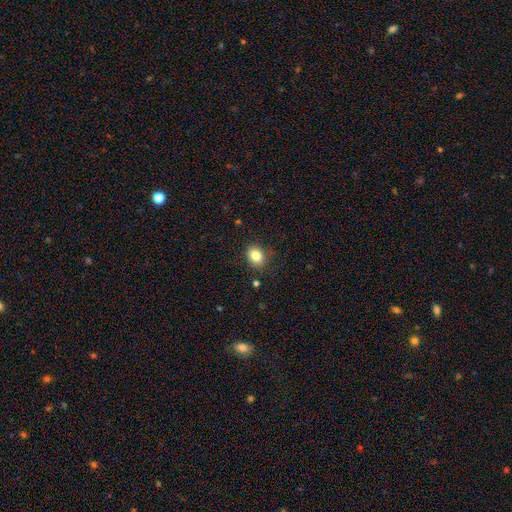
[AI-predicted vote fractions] The model was most divided on "how rounded": in between: 61%, round: 38%, cigar-shaped: 1%. More confident: merging — none (86%); smooth or featured — smooth (83%).